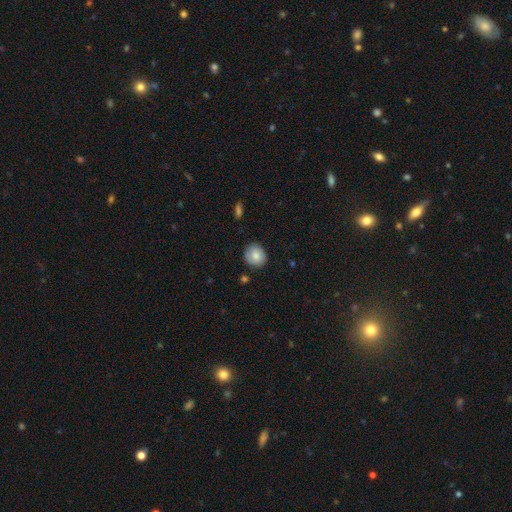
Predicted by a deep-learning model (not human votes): This is likely a smooth galaxy (75%). How rounded: clearly round (80%). Merging: clearly none (82%).